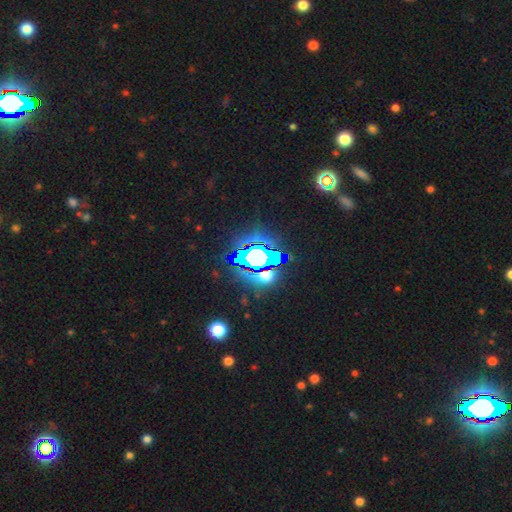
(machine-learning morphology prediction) Smooth or featured: star or artifact — 79% (smooth — 11%)